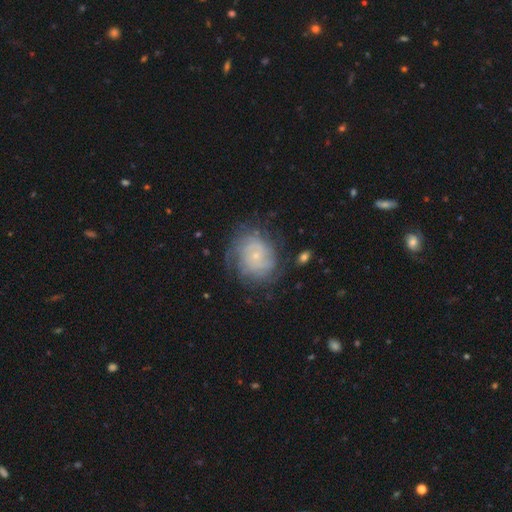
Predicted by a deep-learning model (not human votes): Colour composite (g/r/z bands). It shows a featured or disk galaxy (68%) with no bar (79%), tight (65%) spiral arms (85%) and a small central bulge (82%). Merging: none (68%).